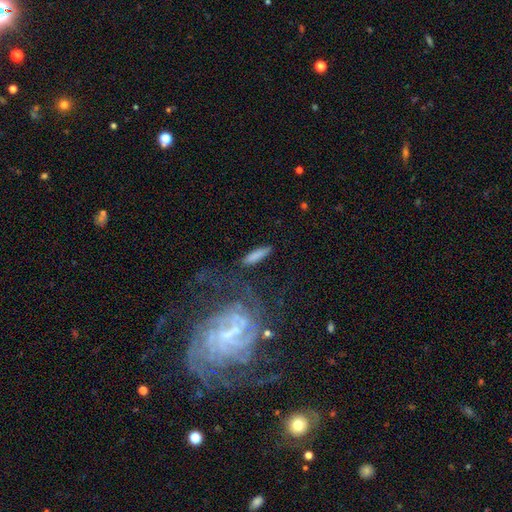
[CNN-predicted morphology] This is clearly a smooth galaxy (81%). How rounded: likely cigar-shaped (78%). Merging: clearly none (83%).